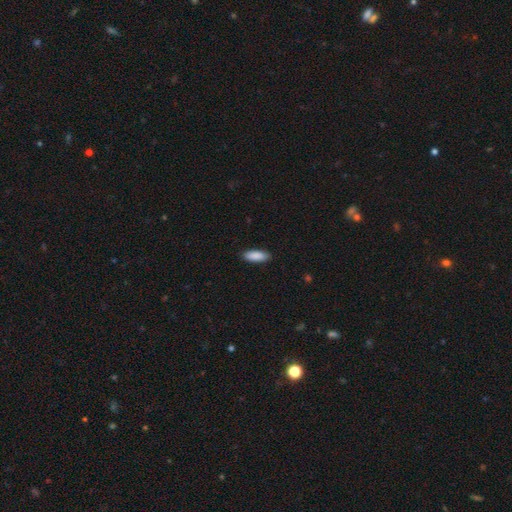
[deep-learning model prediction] smooth-or-featured: smooth: 90% | star or artifact: 6% | featured or disk: 5%
  how-rounded: in between: 67% | cigar-shaped: 31% | round: 2%
  merging: none: 89% | minor disturbance: 9% | major disturbance: 2% | merger: 1%